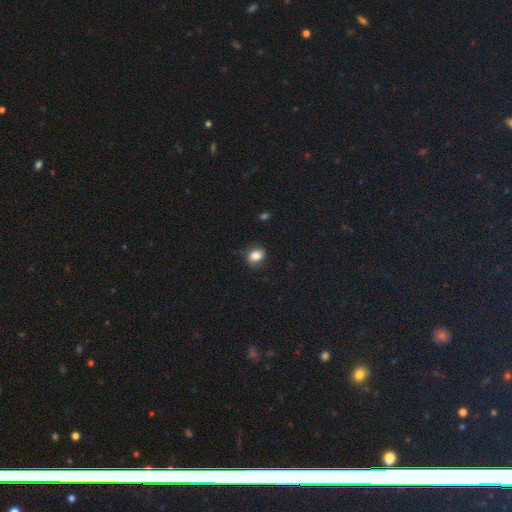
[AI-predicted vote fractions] Smooth or featured?
  - smooth: 82% *
  - star or artifact: 9%
  - featured or disk: 9%
How rounded?
  - in between: 57% *
  - round: 42%
  - cigar-shaped: 1%
Merging?
  - none: 75% *
  - minor disturbance: 19%
  - major disturbance: 5%
  - merger: 1%